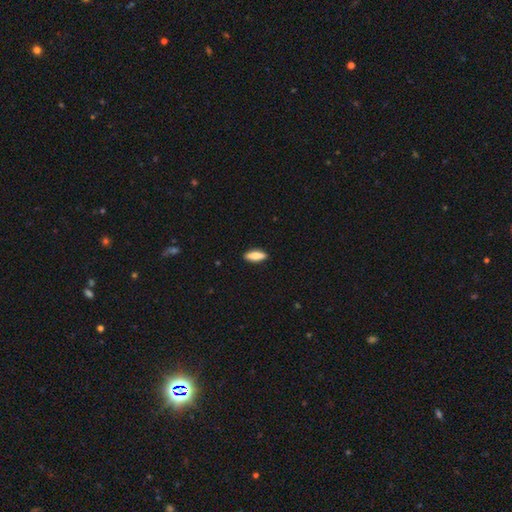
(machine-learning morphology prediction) Overall: smooth (78%). How rounded: in between (59%; cigar-shaped 39%). Merging: none (90%).